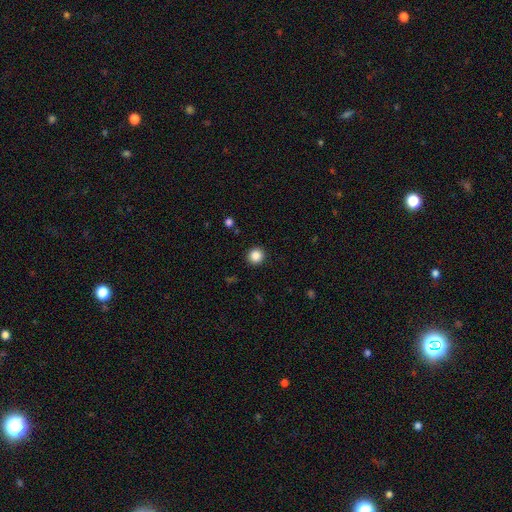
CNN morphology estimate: Smooth or featured? Predicted: smooth (p=0.86). How rounded? Predicted: round (p=0.93). Merging? Predicted: none (p=0.92).